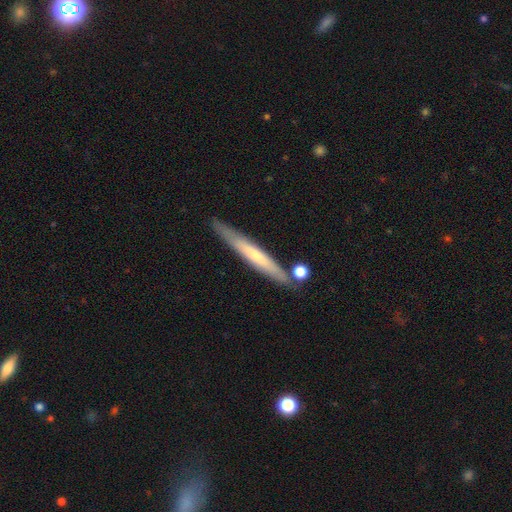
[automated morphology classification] Smooth or featured?
  - smooth: 47% * (tied)
  - featured or disk: 47% * (tied)
  - star or artifact: 6%
Merging?
  - none: 81% *
  - minor disturbance: 11%
  - merger: 5%
  - major disturbance: 2%